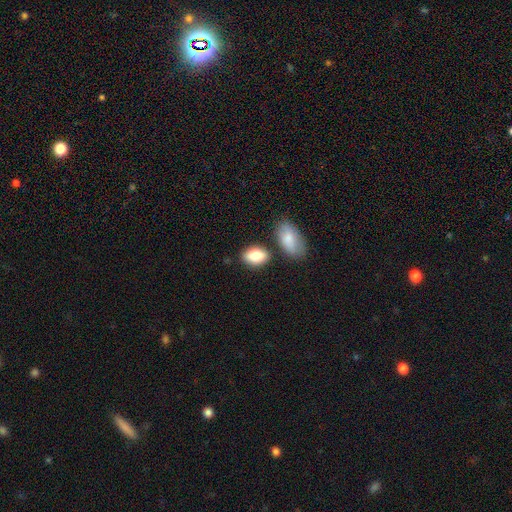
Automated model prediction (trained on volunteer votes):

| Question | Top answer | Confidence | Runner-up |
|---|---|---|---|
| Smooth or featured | smooth | 84% | featured or disk (9%) |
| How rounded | in between | 88% | round (10%) |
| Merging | none | 71% | minor disturbance (13%) |